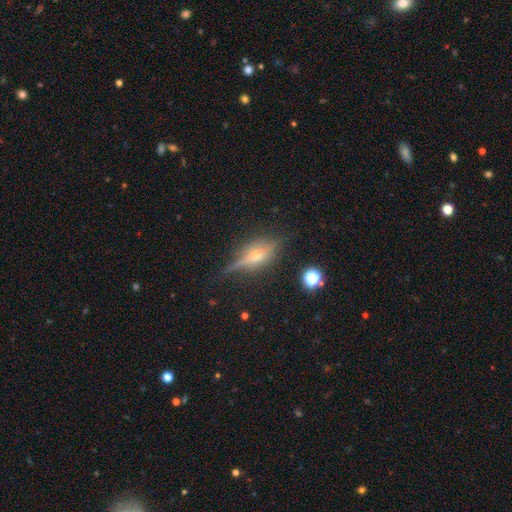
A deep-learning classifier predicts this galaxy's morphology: Smooth or featured? featured or disk (72%)
Edge-on disk? yes (93%)
Edge-on bulge? rounded (90%)
Merging? none (78%)